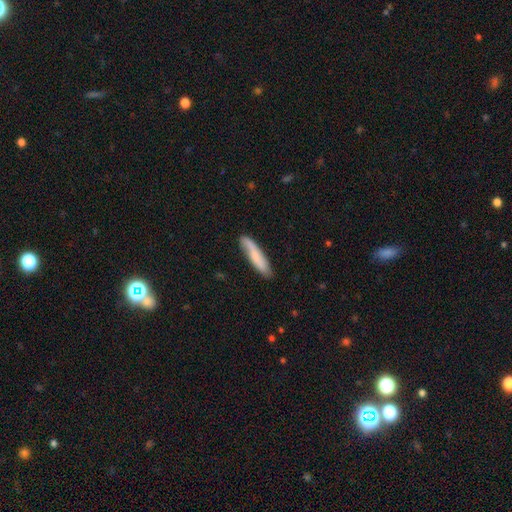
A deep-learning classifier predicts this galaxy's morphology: This appears to be a smooth galaxy with no disk features (68%) that is cigar-shaped (85%). Merging: none (76%).